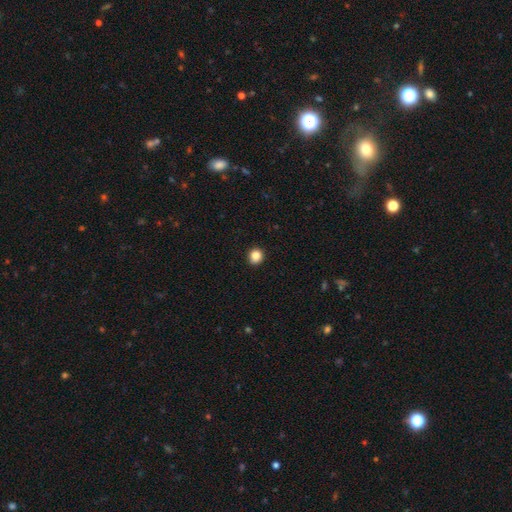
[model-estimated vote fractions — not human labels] Q: Smooth or featured?
A: smooth (86%); runner-up: star or artifact (10%)
Q: How rounded?
A: round (87%); runner-up: in between (12%)
Q: Merging?
A: none (92%); runner-up: minor disturbance (6%)